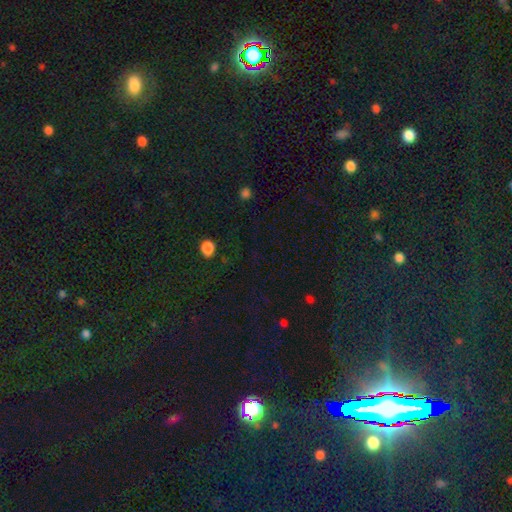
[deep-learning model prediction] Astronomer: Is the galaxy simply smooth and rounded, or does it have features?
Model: star or artifact — 49% (runner-up: smooth, 43%).